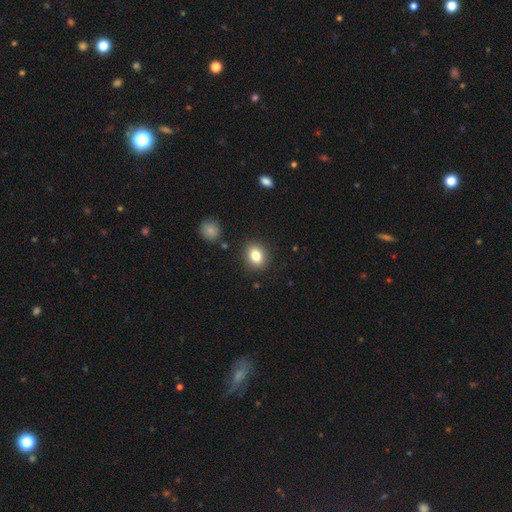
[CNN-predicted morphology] A smooth galaxy with no disk features (82%) that is round (52%). Merging: none (88%).